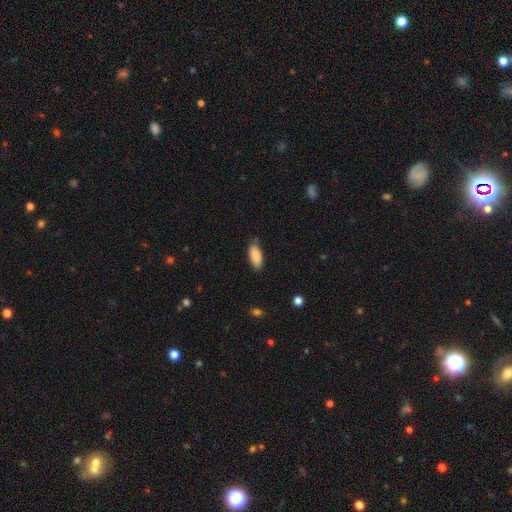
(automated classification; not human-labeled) This appears to be a smooth galaxy with no disk features (88%) that is in between round and cigar-shaped (83%). Merging: none (77%).